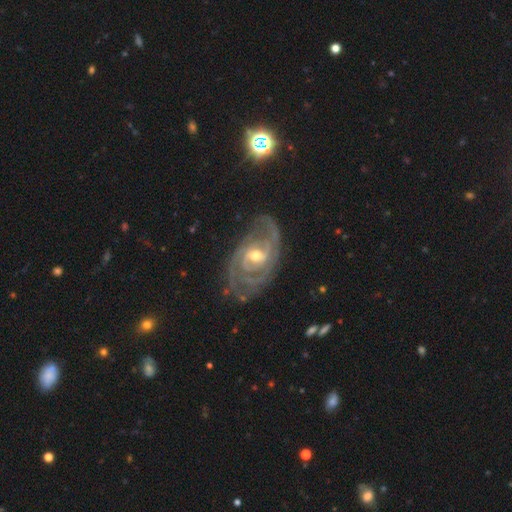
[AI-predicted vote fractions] smooth_or_featured: featured or disk (p=0.91) [alt: smooth p=0.04]
disk_edge_on: no (p=0.96) [alt: yes p=0.04]
bar: weak (p=0.43) [alt: no p=0.39]
has_spiral_arms: yes (p=0.97) [alt: no p=0.03]
spiral_winding: tight (p=0.63) [alt: medium p=0.31]
spiral_arm_count: 2 (p=0.54) [alt: 3 p=0.17]
bulge_size: moderate (p=0.63) [alt: small p=0.32]
merging: none (p=0.71) [alt: minor disturbance p=0.19]